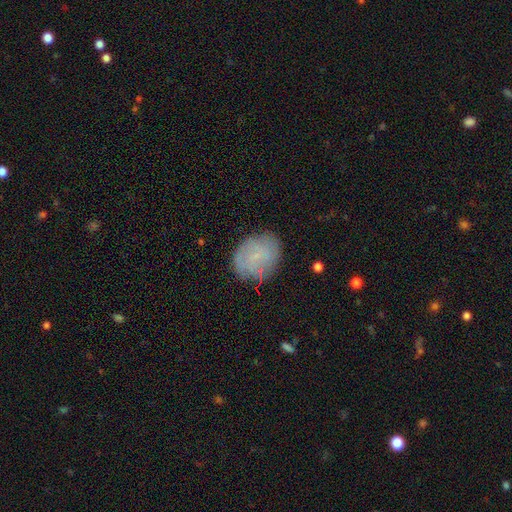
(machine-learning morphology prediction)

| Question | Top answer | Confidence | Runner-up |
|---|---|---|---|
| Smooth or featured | smooth | 59% | featured or disk (31%) |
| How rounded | round | 51% | in between (48%) |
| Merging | none | 77% | minor disturbance (16%) |